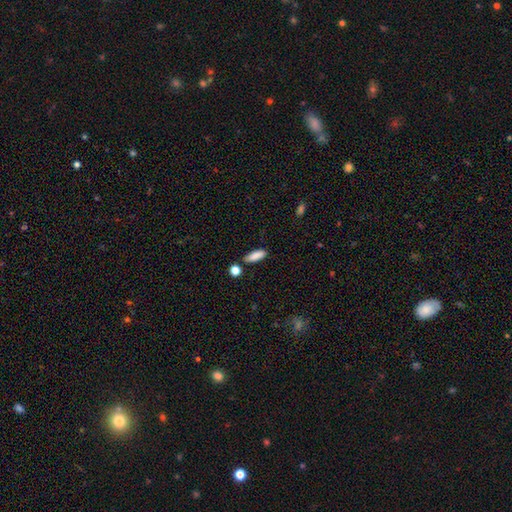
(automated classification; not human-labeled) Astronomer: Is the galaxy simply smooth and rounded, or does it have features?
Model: smooth — 87%.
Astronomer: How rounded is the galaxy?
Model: in between — 57% (runner-up: cigar-shaped, 41%).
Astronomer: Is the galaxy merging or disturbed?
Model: none — 81%.